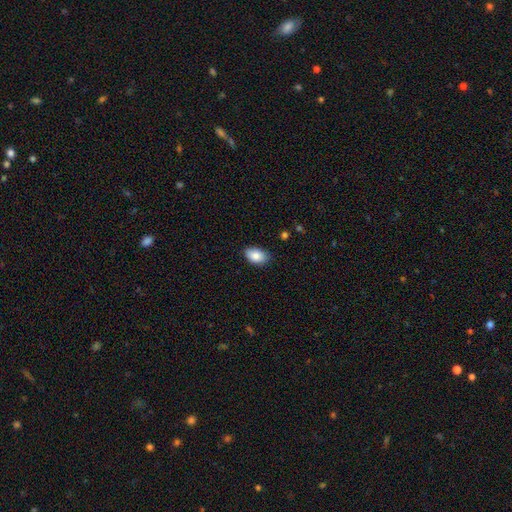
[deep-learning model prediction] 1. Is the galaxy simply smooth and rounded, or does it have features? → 86% smooth, 7% star or artifact, 7% featured or disk.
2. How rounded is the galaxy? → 89% in between, 9% round, 1% cigar-shaped.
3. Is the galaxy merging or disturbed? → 79% none, 17% minor disturbance, 2% major disturbance, 1% merger.